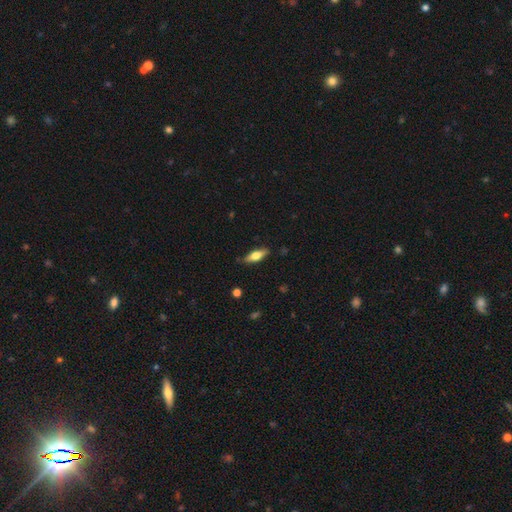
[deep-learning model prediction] Smooth or featured?
  - smooth: 56% *
  - featured or disk: 38%
  - star or artifact: 6%
How rounded?
  - in between: 52% *
  - cigar-shaped: 45%
  - round: 2%
Merging?
  - none: 83% *
  - minor disturbance: 13%
  - major disturbance: 3%
  - merger: 1%